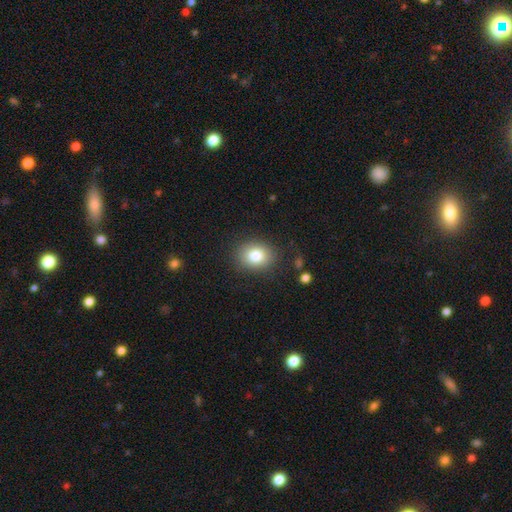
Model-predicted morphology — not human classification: Overall: smooth (81%). How rounded: round (51%; in between 49%). Merging: none (86%).